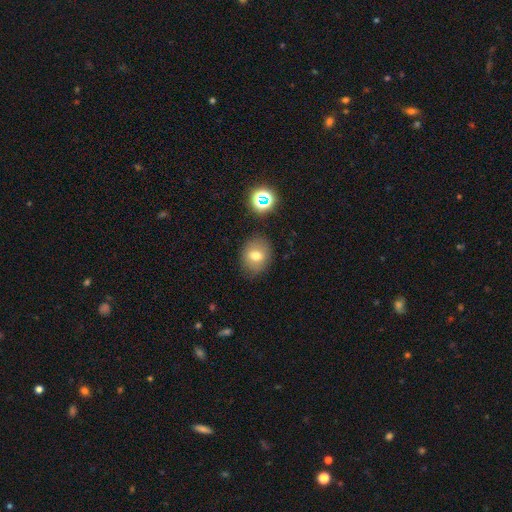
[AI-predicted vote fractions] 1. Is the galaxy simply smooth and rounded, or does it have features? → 71% smooth, 16% featured or disk, 13% star or artifact.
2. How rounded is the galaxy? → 62% round, 37% in between, 1% cigar-shaped.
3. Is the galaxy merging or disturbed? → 80% none, 13% minor disturbance, 4% major disturbance, 3% merger.